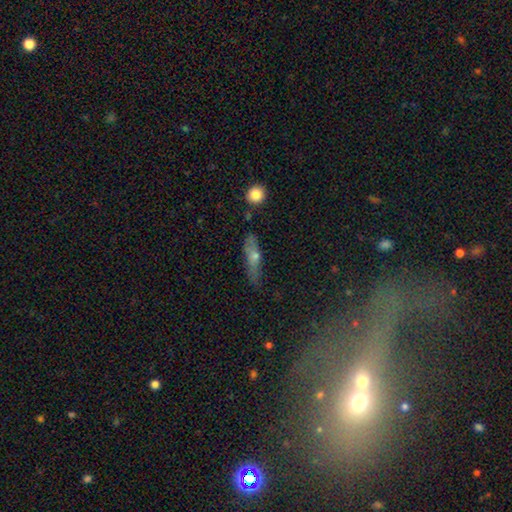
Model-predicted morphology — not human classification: The model was most divided on "smooth or featured": smooth: 51%, featured or disk: 39%, star or artifact: 10%. More confident: how rounded — cigar-shaped (70%); merging — none (69%).